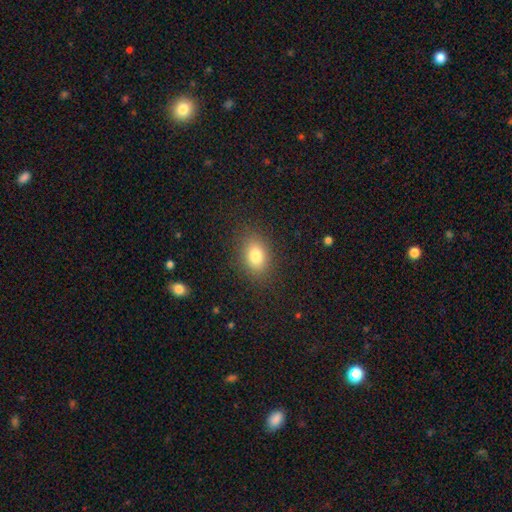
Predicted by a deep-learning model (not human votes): A smooth galaxy with no disk features (81%) that is in between round and cigar-shaped (75%).

Vote fractions:
- Smooth or featured? smooth: 81% / star or artifact: 10% / featured or disk: 8%
- How rounded? in between: 75% / round: 23% / cigar-shaped: 2%
- Merging? none: 86% / minor disturbance: 9% / major disturbance: 3% / merger: 1%